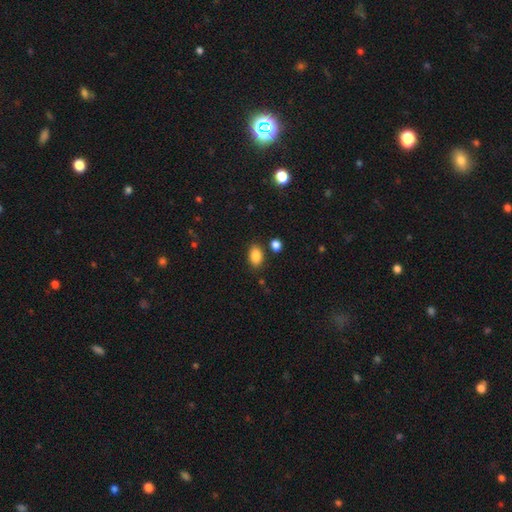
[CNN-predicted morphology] smooth 86%, star or artifact 9%, featured or disk 5%. Down the decision tree: how rounded — in between (86%); merging — none (81%).